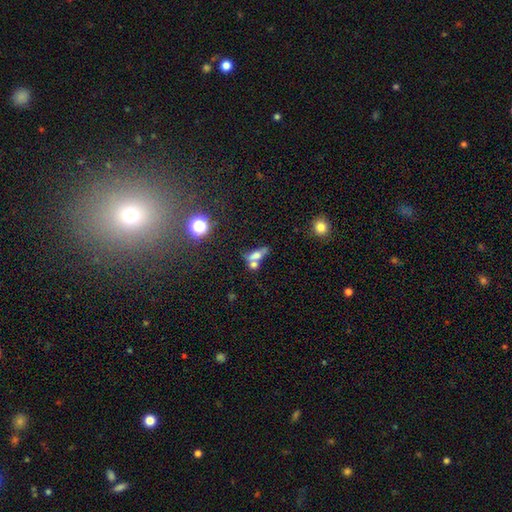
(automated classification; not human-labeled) Morphology: type=smooth (57%); roundness=in between (59%); merging=merger (52%).